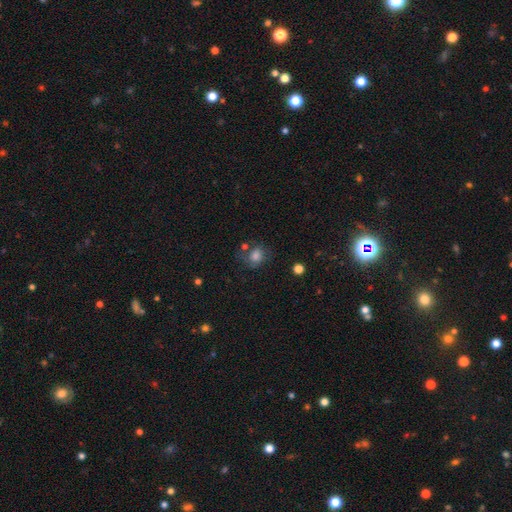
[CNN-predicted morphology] This is likely a smooth galaxy (74%). How rounded: likely round (63%). Merging: possibly none (52%).